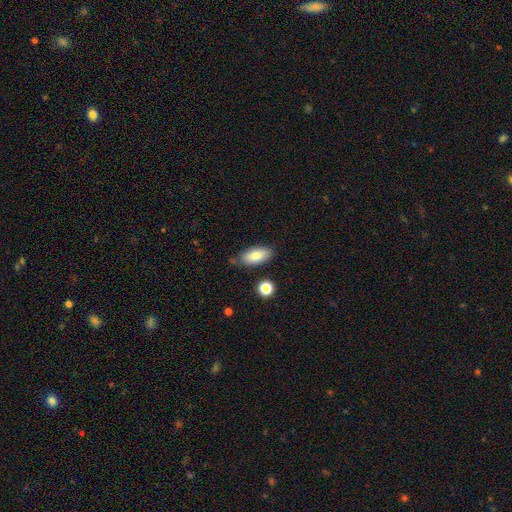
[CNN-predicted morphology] Q: Smooth or featured?
A: smooth (81%); runner-up: featured or disk (12%)
Q: How rounded?
A: in between (90%); runner-up: cigar-shaped (7%)
Q: Merging?
A: none (78%); runner-up: minor disturbance (14%)